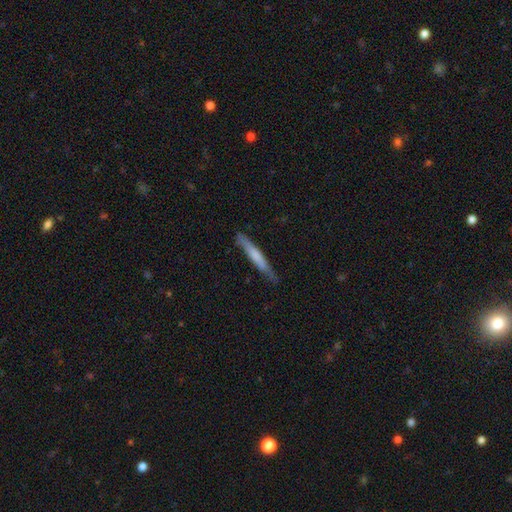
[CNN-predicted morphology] Smooth or featured?
  - smooth: 58% *
  - featured or disk: 36%
  - star or artifact: 5%
How rounded?
  - cigar-shaped: 95% *
  - in between: 4%
  - round: 1%
Merging?
  - none: 78% *
  - minor disturbance: 18%
  - major disturbance: 3%
  - merger: 2%